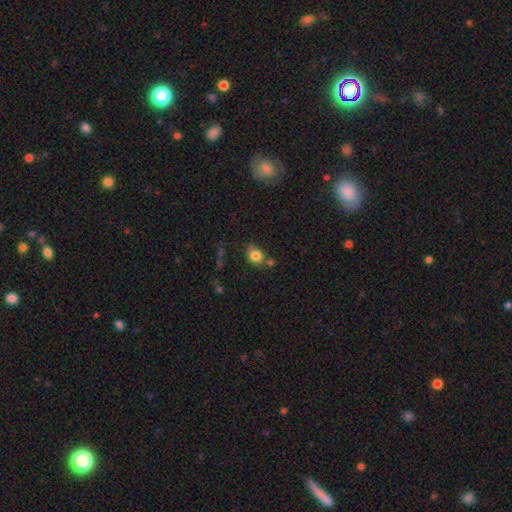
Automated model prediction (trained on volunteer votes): Morphology: type=smooth (82%); roundness=round (63%); merging=none (57%).